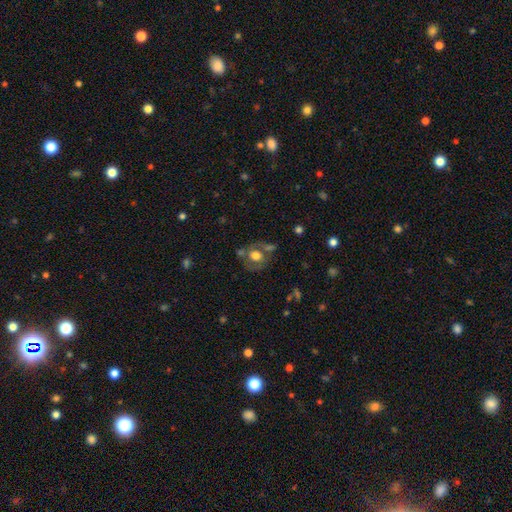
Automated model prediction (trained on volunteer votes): This is possibly a smooth galaxy (51%). How rounded: likely round (68%). Merging: possibly none (53%).